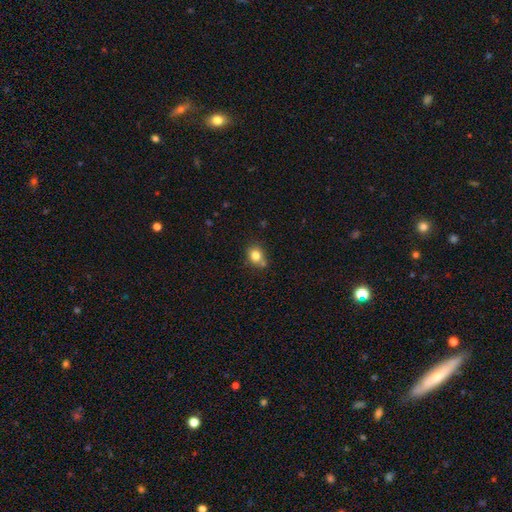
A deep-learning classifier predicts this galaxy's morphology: A smooth galaxy with no disk features (80%) that is round (66%). Merging: none (62%).